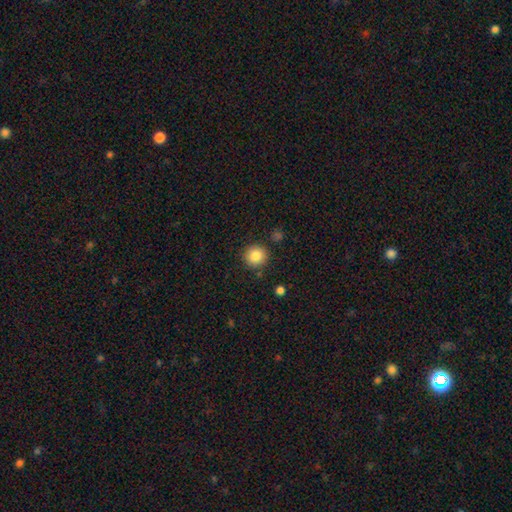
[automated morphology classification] Smooth or featured: smooth — 85% (star or artifact — 9%)
How rounded: round — 93% (in between — 6%)
Merging: none — 88% (minor disturbance — 7%)